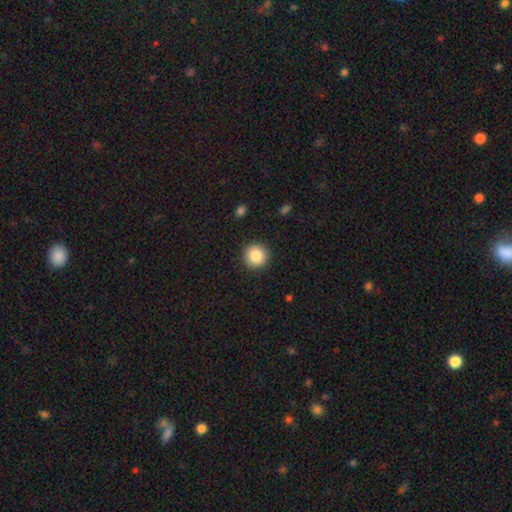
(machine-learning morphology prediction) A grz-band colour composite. It shows a smooth galaxy with no disk features (85%) that is round (95%). Merging: none (92%).